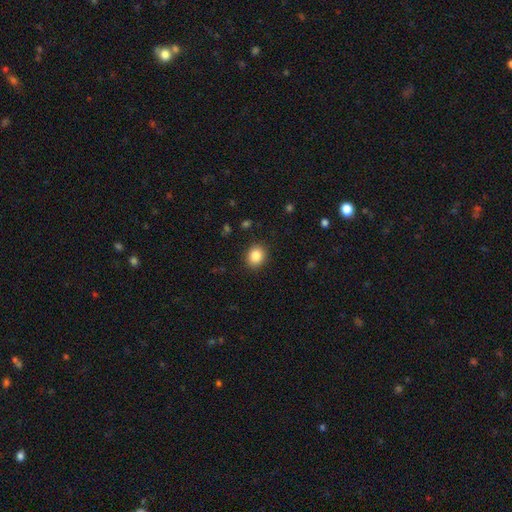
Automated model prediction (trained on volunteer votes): This is clearly a smooth galaxy (86%). How rounded: likely round (68%). Merging: clearly none (90%).